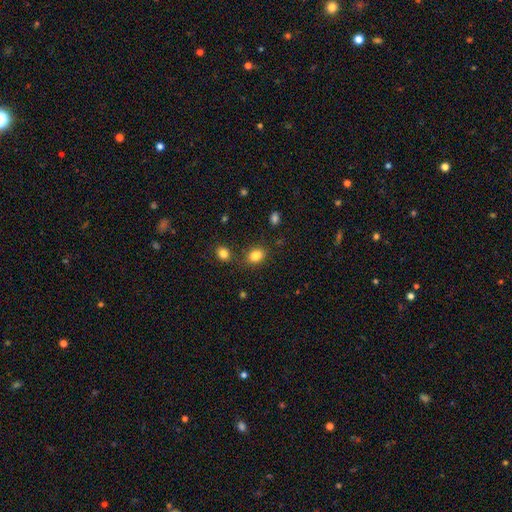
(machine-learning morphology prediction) smooth_or_featured: smooth (p=0.84) [alt: star or artifact p=0.11]
how_rounded: in between (p=0.56) [alt: round p=0.43]
merging: none (p=0.77) [alt: minor disturbance p=0.12]